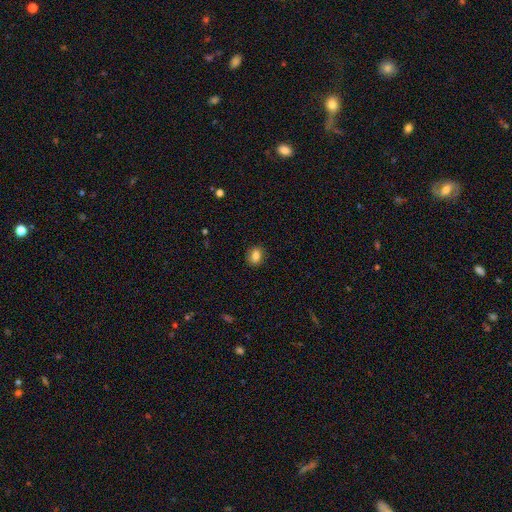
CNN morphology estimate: Smooth or featured: smooth — 84% (star or artifact — 9%)
How rounded: in between — 58% (round — 41%)
Merging: none — 87% (minor disturbance — 10%)